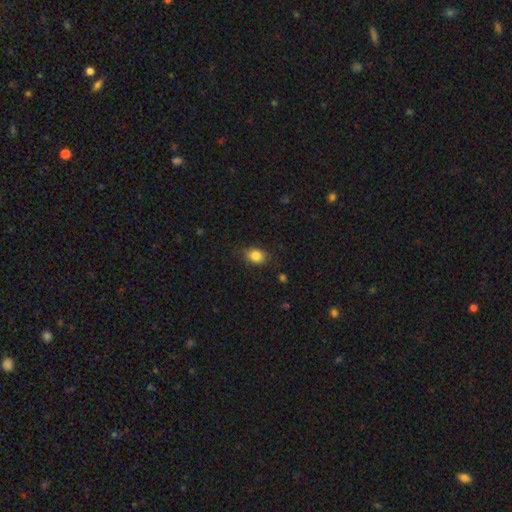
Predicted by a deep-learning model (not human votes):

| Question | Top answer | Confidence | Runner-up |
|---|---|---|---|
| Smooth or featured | smooth | 85% | star or artifact (9%) |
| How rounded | in between | 63% | round (36%) |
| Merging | none | 80% | minor disturbance (15%) |